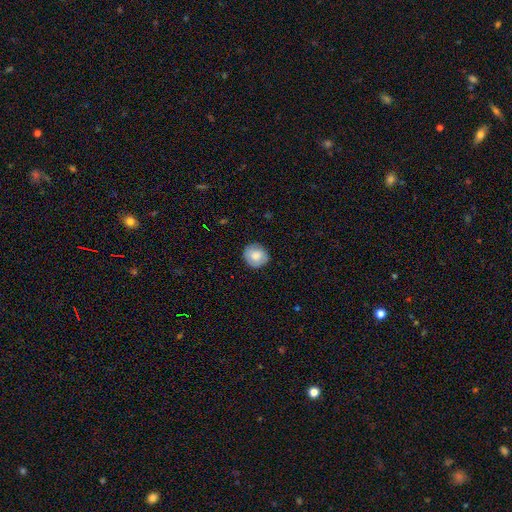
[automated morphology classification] A smooth galaxy with no disk features (76%) that is round (84%). Merging: none (84%).